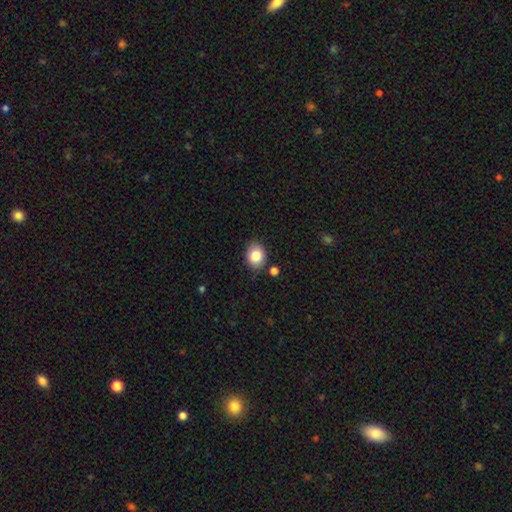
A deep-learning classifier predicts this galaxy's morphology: A smooth galaxy with no disk features (84%) that is in between round and cigar-shaped (54%).

Vote fractions:
- Smooth or featured? smooth: 84% / star or artifact: 9% / featured or disk: 7%
- How rounded? in between: 54% / round: 45% / cigar-shaped: 1%
- Merging? none: 81% / minor disturbance: 12% / merger: 4% / major disturbance: 3%